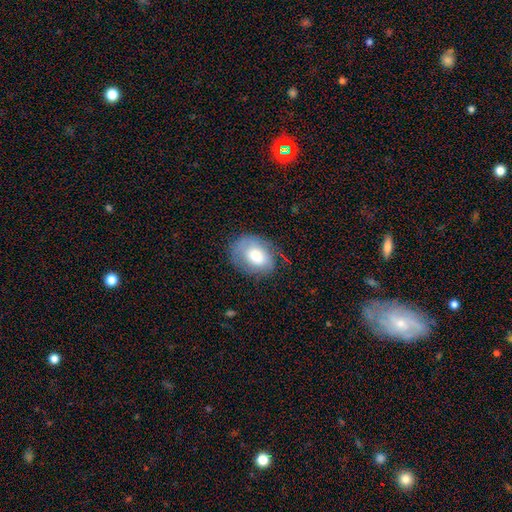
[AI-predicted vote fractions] Smooth or featured: smooth — 59% (featured or disk — 34%)
How rounded: in between — 69% (round — 29%)
Merging: none — 65% (minor disturbance — 24%)